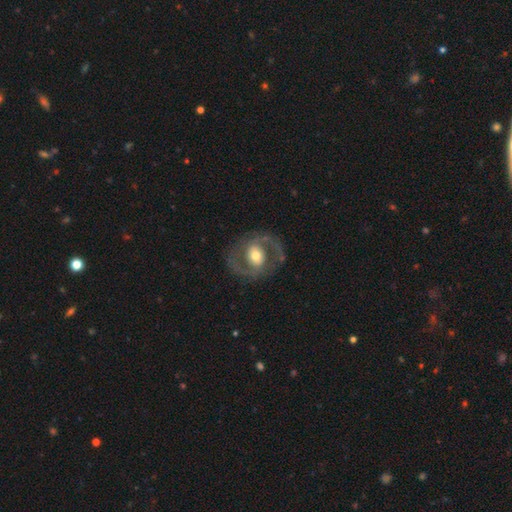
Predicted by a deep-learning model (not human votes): smooth-or-featured: featured or disk: 76% | smooth: 19% | star or artifact: 5%
  disk-edge-on: no: 97% | yes: 3%
    bar: no: 46% | weak: 35% | strong: 19%
    has-spiral-arms: yes: 72% | no: 28%
      spiral-winding: medium: 55% | tight: 23% | loose: 22%
      spiral-arm-count: 2: 88% | can't tell: 6% | 1: 3% | 3: 1% | 4: 1% | more than 4: 1%
    bulge-size: moderate: 65% | large: 20% | small: 12% | dominant: 2% | none: 1%
  merging: none: 78% | minor disturbance: 12% | major disturbance: 9% | merger: 1%